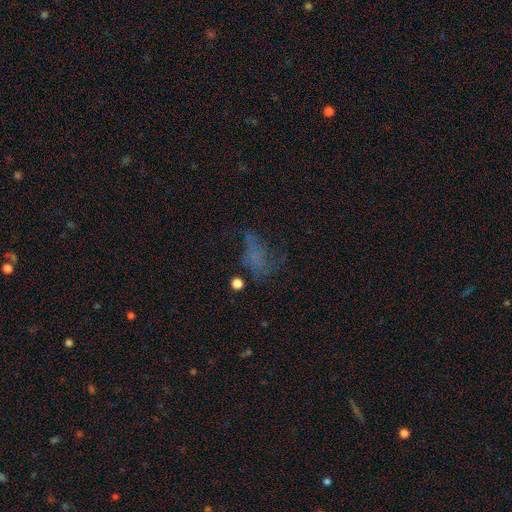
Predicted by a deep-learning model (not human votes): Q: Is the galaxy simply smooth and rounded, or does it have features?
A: smooth — 44%.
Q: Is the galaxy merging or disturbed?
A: major disturbance — 38%.